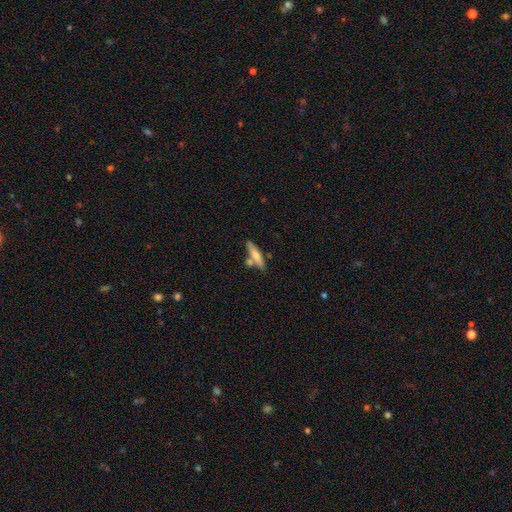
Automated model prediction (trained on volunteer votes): The model was most divided on "smooth or featured": smooth: 66%, featured or disk: 28%, star or artifact: 6%. More confident: how rounded — cigar-shaped (76%); merging — none (64%).